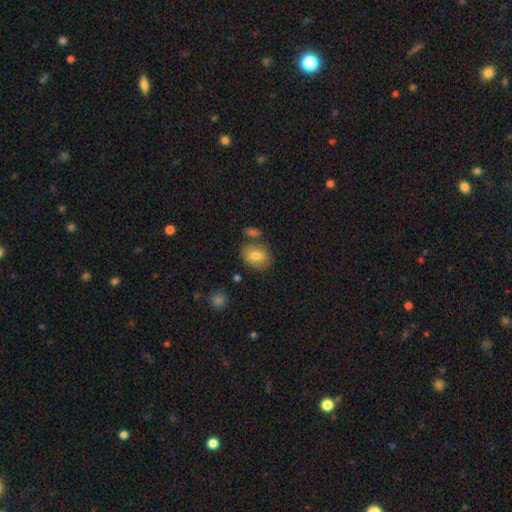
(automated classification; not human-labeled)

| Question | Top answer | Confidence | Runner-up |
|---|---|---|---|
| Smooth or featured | smooth | 75% | featured or disk (17%) |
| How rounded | in between | 64% | round (34%) |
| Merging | none | 71% | minor disturbance (16%) |